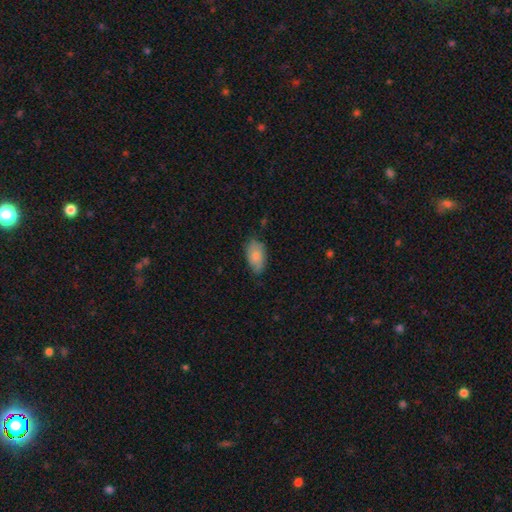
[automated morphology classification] smooth-or-featured: smooth: 82% | featured or disk: 12% | star or artifact: 6%
  how-rounded: in between: 93% | round: 5% | cigar-shaped: 2%
  merging: none: 69% | minor disturbance: 26% | major disturbance: 4% | merger: 1%